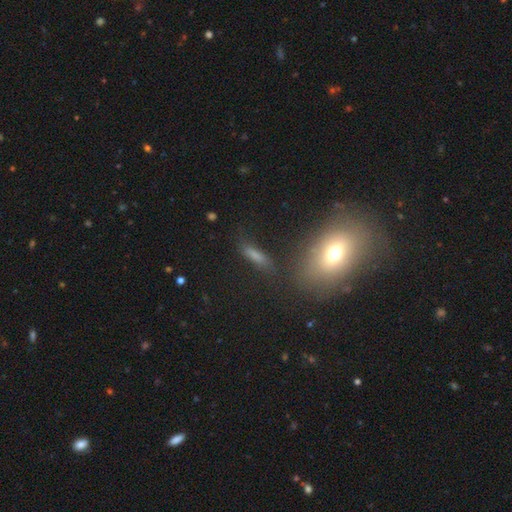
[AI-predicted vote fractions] Smooth or featured? Predicted: smooth (p=0.64). How rounded? Predicted: cigar-shaped (p=0.61). Merging? Predicted: none (p=0.71).